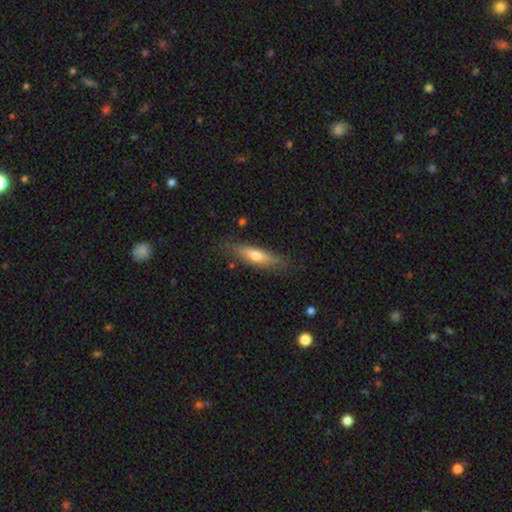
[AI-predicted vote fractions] smooth 65%, featured or disk 29%, star or artifact 6%. Down the decision tree: how rounded — cigar-shaped (65%); merging — none (79%).